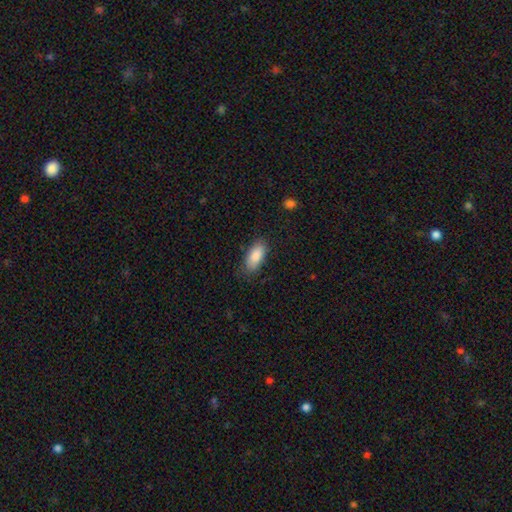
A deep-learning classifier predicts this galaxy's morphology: smooth 86%, featured or disk 7%, star or artifact 6%. Down the decision tree: how rounded — in between (87%); merging — none (80%).